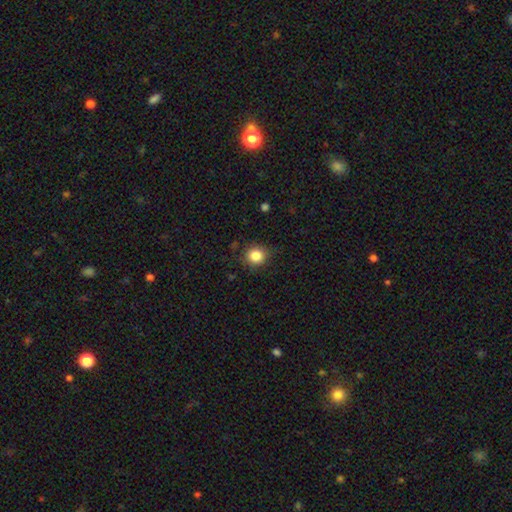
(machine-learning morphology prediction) This is clearly a smooth galaxy (85%). How rounded: clearly round (87%). Merging: clearly none (83%).